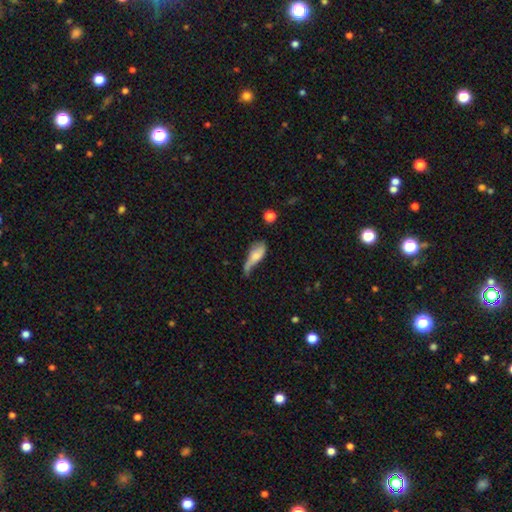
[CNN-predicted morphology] smooth_or_featured: smooth (p=0.63) [alt: featured or disk p=0.28]
how_rounded: in between (p=0.68) [alt: cigar-shaped p=0.28]
merging: major disturbance (p=0.34) [tied with: minor disturbance p=0.34]